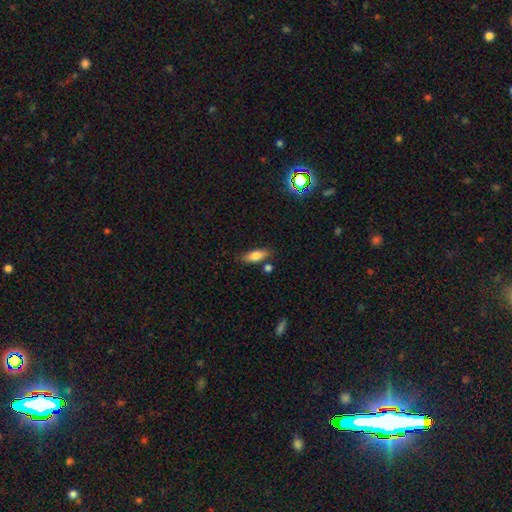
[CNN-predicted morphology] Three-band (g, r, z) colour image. It shows a smooth galaxy with no disk features (76%) that is in between round and cigar-shaped (72%). Merging: none (77%).